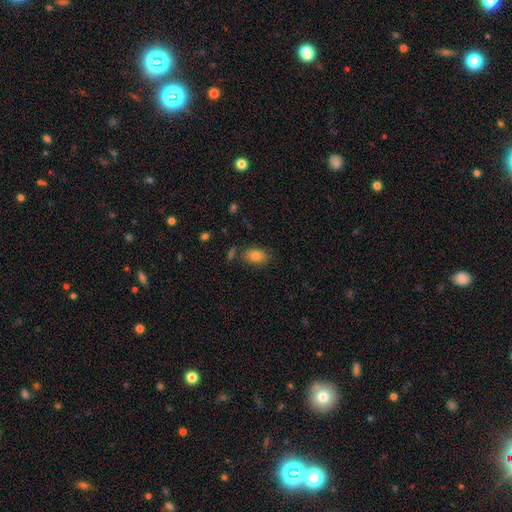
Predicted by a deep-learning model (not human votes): smooth_or_featured: smooth (p=0.82) [alt: star or artifact p=0.09]
how_rounded: in between (p=0.84) [alt: round p=0.14]
merging: none (p=0.77) [alt: minor disturbance p=0.14]